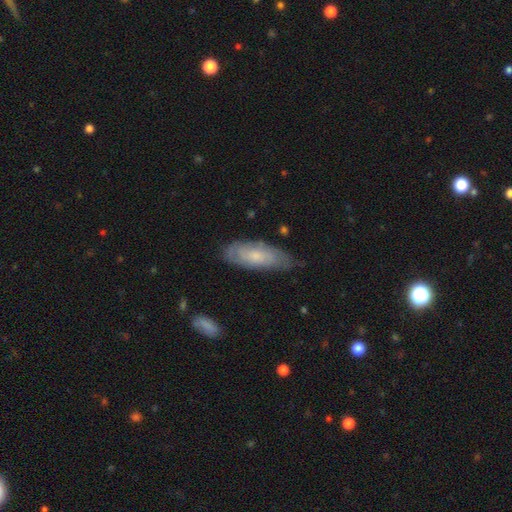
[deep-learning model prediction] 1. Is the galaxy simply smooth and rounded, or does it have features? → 57% smooth, 37% featured or disk, 7% star or artifact.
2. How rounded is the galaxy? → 68% in between, 30% cigar-shaped, 2% round.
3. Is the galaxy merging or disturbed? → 68% none, 25% minor disturbance, 5% major disturbance, 2% merger.